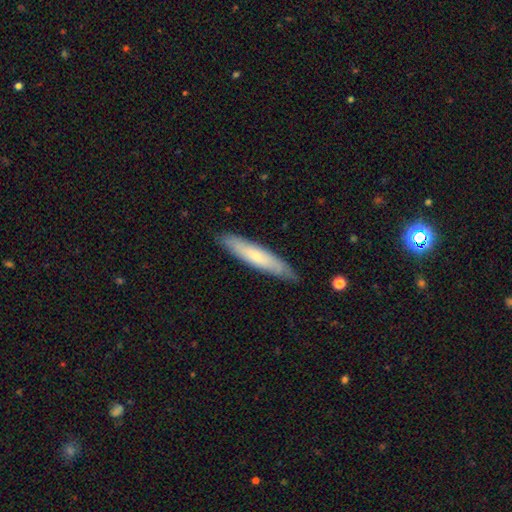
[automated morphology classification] Smooth or featured? Predicted: smooth (p=0.58). How rounded? Predicted: cigar-shaped (p=0.86). Merging? Predicted: none (p=0.84).